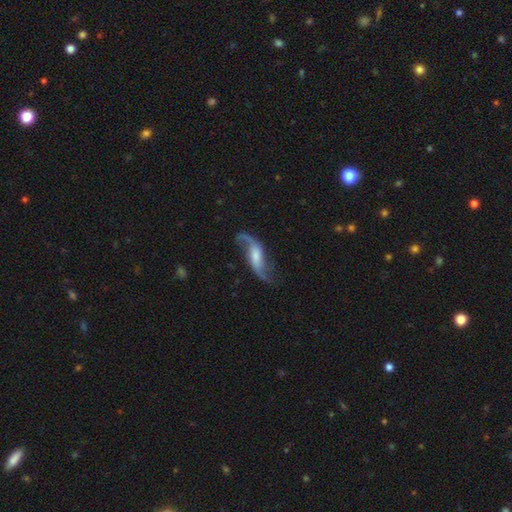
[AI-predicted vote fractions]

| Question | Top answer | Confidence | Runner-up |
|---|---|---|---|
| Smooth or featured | featured or disk | 83% | smooth (11%) |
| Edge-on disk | no | 91% | yes (9%) |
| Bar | weak | 40% | no (37%) |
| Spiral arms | yes | 96% | no (4%) |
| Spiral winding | loose | 89% | medium (9%) |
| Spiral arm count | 2 | 91% | 1 (4%) |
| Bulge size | moderate | 34% | small (30%) |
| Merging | none | 69% | minor disturbance (17%) |